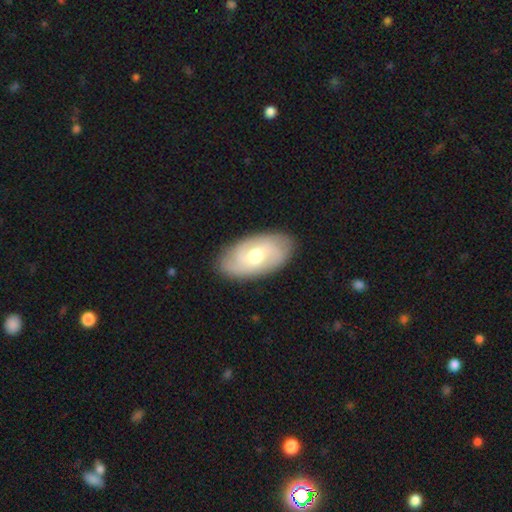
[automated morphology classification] Q: Smooth or featured?
A: featured or disk (65%); runner-up: smooth (30%)
Q: Edge-on disk?
A: no (93%); runner-up: yes (7%)
Q: Bar?
A: no (59%); runner-up: weak (35%)
Q: Spiral arms?
A: yes (85%); runner-up: no (15%)
Q: Spiral winding?
A: tight (49%); runner-up: medium (36%)
Q: Spiral arm count?
A: can't tell (32%); tied with: 2 (32%)
Q: Bulge size?
A: moderate (72%); runner-up: small (18%)
Q: Merging?
A: none (84%); runner-up: minor disturbance (12%)